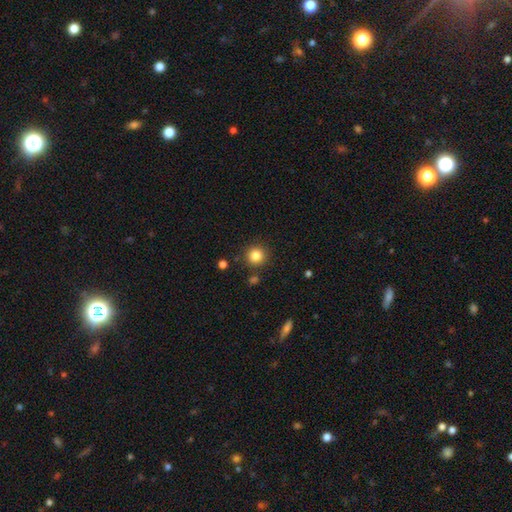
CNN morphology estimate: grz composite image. It shows a smooth galaxy with no disk features (84%) that is round (94%). Merging: none (88%).